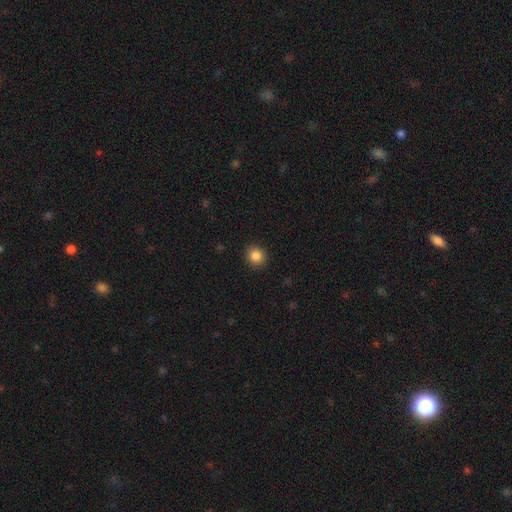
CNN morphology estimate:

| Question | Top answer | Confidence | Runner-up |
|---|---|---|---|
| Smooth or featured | smooth | 86% | star or artifact (10%) |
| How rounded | round | 85% | in between (14%) |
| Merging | none | 91% | minor disturbance (6%) |